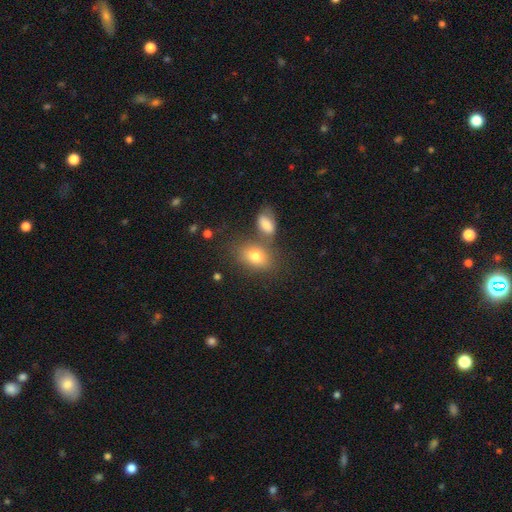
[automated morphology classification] Smooth or featured? Predicted: smooth (p=0.77). How rounded? Predicted: in between (p=0.74). Merging? Predicted: none (p=0.57).